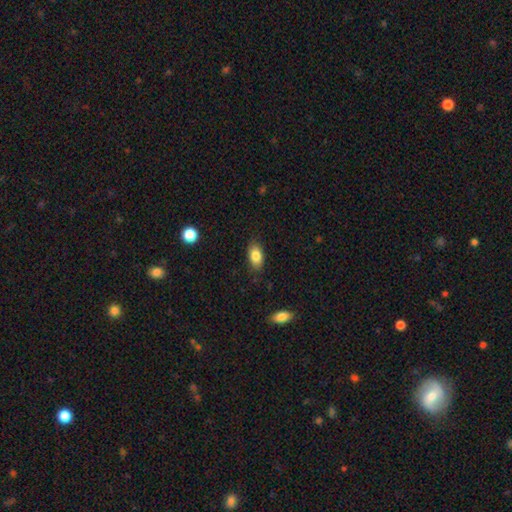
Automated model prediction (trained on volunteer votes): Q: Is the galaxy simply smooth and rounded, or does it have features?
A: smooth — 84%.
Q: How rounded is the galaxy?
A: in between — 90%.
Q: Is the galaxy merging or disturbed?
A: none — 84%.